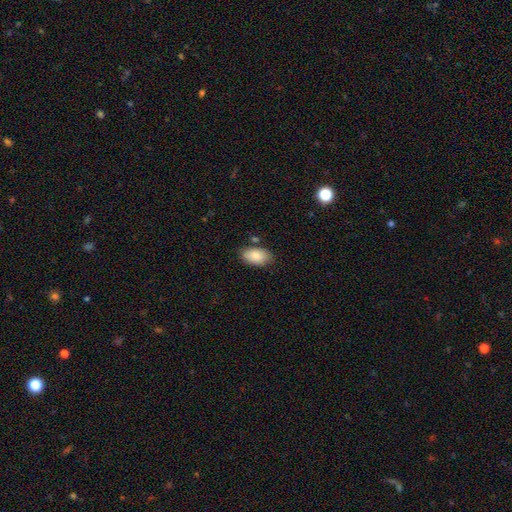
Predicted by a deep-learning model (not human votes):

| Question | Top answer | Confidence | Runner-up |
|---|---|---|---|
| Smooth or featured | smooth | 85% | featured or disk (8%) |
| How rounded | in between | 94% | round (4%) |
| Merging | none | 79% | minor disturbance (14%) |